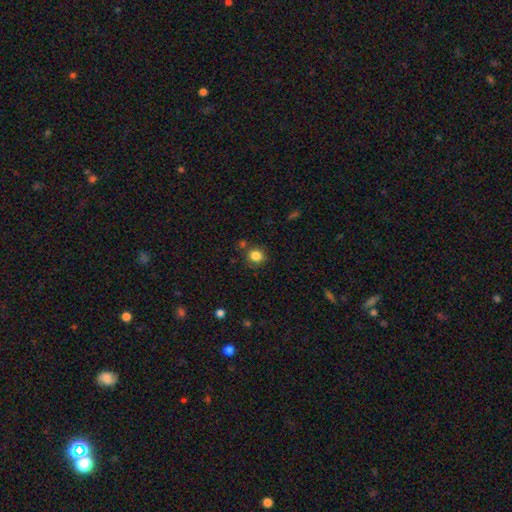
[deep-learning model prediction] Q: Smooth or featured?
A: smooth (83%); runner-up: star or artifact (12%)
Q: How rounded?
A: round (80%); runner-up: in between (19%)
Q: Merging?
A: none (80%); runner-up: minor disturbance (11%)